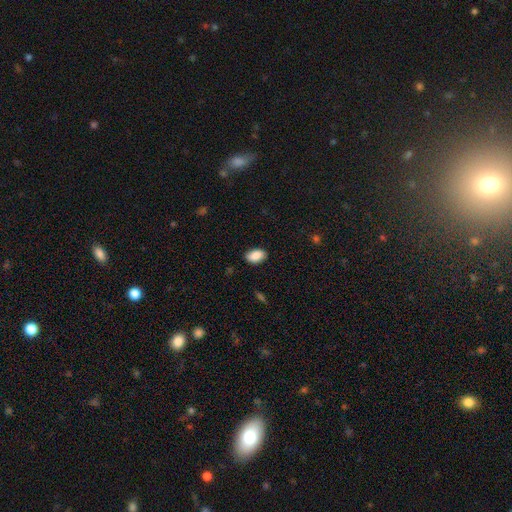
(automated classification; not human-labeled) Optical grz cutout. It shows a smooth galaxy with no disk features (87%) that is in between round and cigar-shaped (92%). Merging: none (86%).